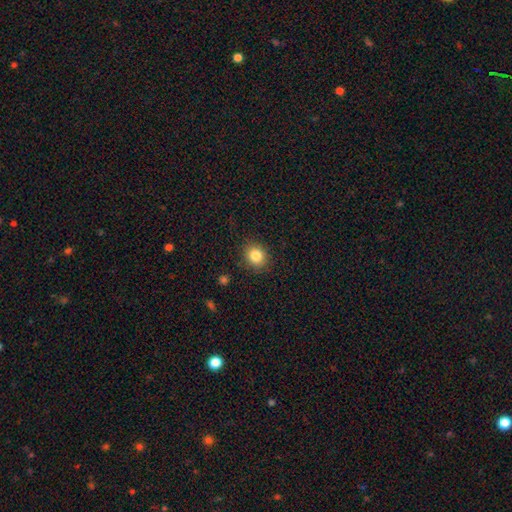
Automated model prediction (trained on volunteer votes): This appears to be a smooth galaxy with no disk features (83%) that is round (76%). Merging: none (89%).